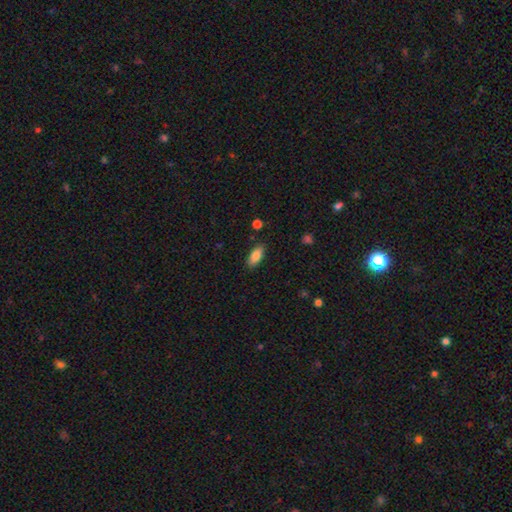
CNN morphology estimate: Smooth or featured: smooth — 84% (featured or disk — 9%)
How rounded: in between — 86% (cigar-shaped — 12%)
Merging: none — 86% (minor disturbance — 11%)